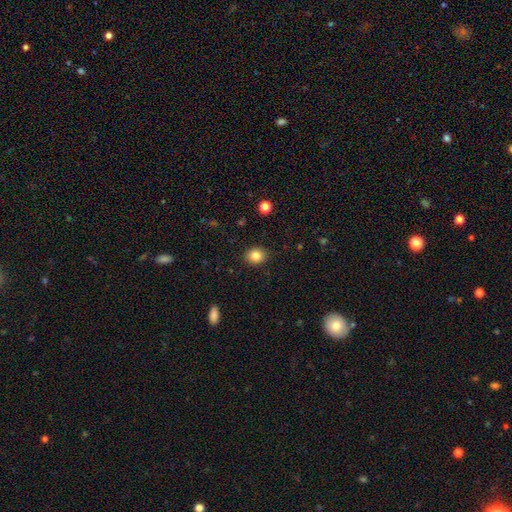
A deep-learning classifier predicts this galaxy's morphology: The model was most divided on "how rounded": round: 68%, in between: 31%, cigar-shaped: 1%. More confident: merging — none (90%); smooth or featured — smooth (83%).